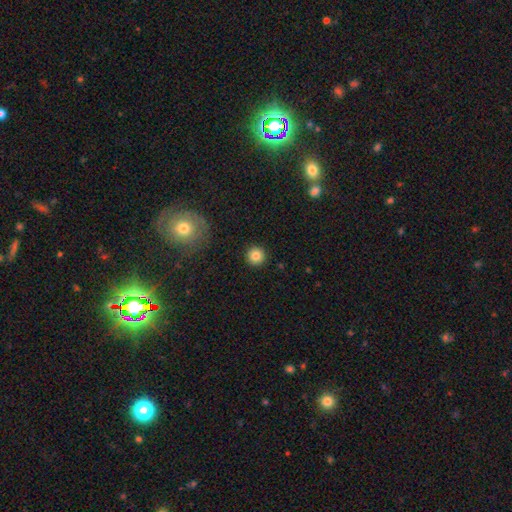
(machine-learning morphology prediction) type=smooth (85%); roundness=round (96%); merging=none (92%).